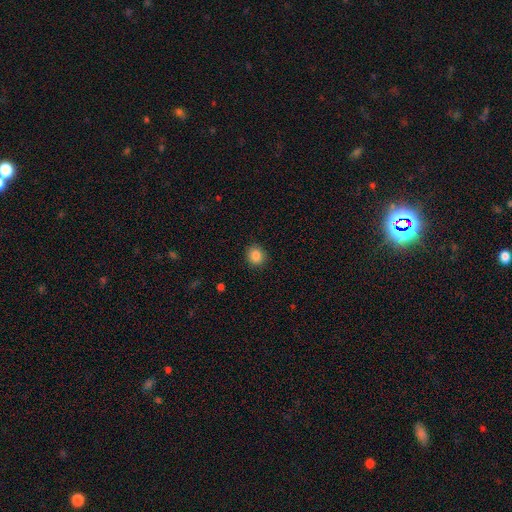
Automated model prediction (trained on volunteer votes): smooth-or-featured: smooth: 86% | star or artifact: 10% | featured or disk: 4%
  how-rounded: round: 80% | in between: 19% | cigar-shaped: 1%
  merging: none: 90% | minor disturbance: 7% | major disturbance: 2% | merger: 1%